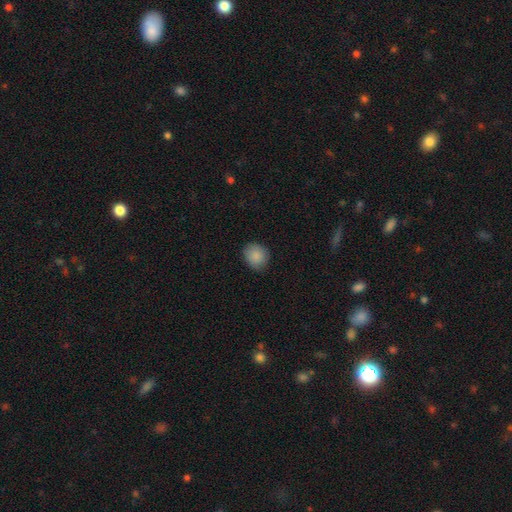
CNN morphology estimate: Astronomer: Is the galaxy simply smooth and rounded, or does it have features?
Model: smooth — 87%.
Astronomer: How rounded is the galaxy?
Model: round — 76%.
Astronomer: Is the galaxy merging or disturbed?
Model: none — 84%.